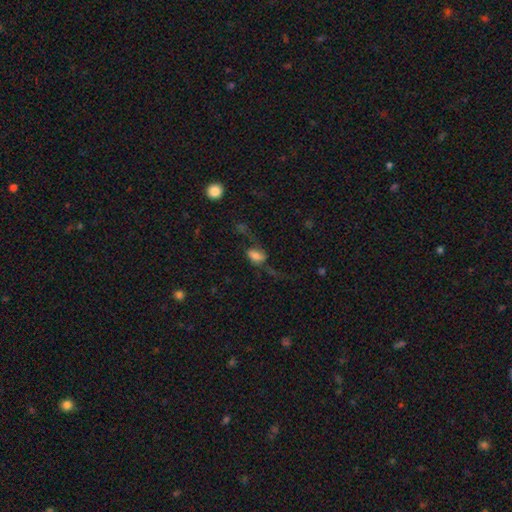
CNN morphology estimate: smooth-or-featured: smooth: 46% | featured or disk: 42% | star or artifact: 12%
  merging: major disturbance: 42% | none: 35% | minor disturbance: 18% | merger: 5%